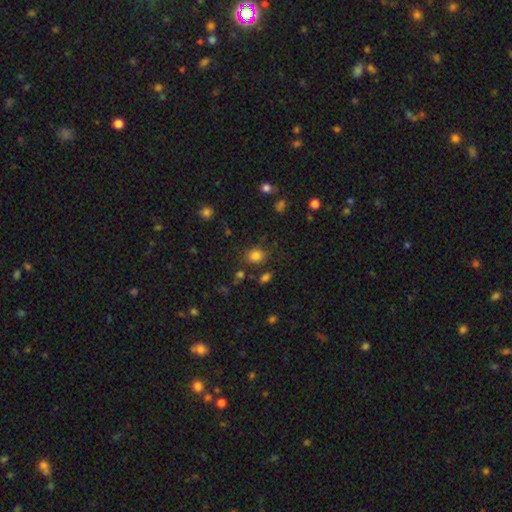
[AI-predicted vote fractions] The model was most divided on "how rounded": round: 63%, in between: 36%, cigar-shaped: 1%. More confident: smooth or featured — smooth (81%); merging — none (77%).